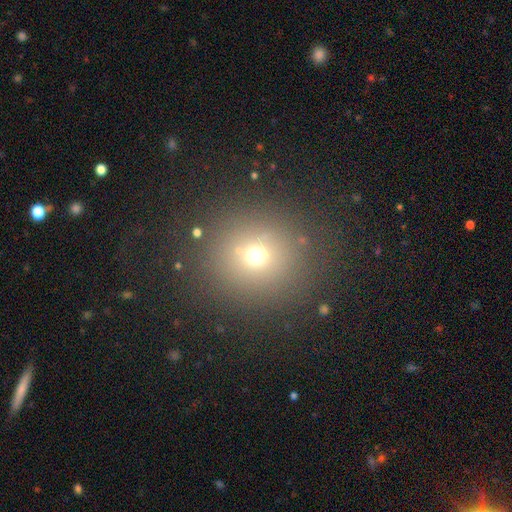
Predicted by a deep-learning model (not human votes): Smooth or featured?
  - smooth: 65% *
  - star or artifact: 24%
  - featured or disk: 11%
How rounded?
  - round: 88% *
  - in between: 11%
  - cigar-shaped: 1%
Merging?
  - none: 83% *
  - minor disturbance: 8%
  - major disturbance: 5%
  - merger: 3%